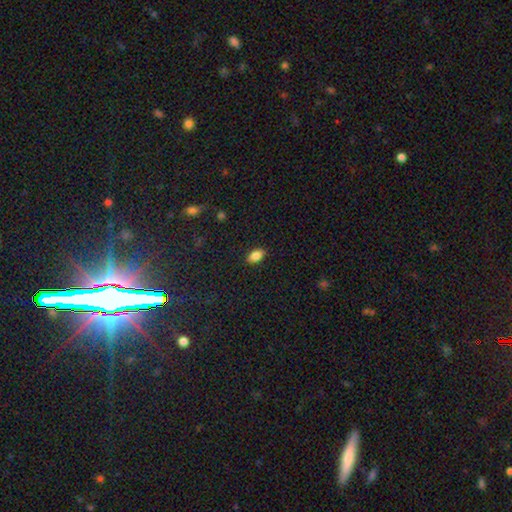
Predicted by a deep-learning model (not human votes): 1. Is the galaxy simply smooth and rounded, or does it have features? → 85% smooth, 9% star or artifact, 6% featured or disk.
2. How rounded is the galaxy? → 90% in between, 7% round, 3% cigar-shaped.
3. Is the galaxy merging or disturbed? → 88% none, 9% minor disturbance, 2% major disturbance, 1% merger.